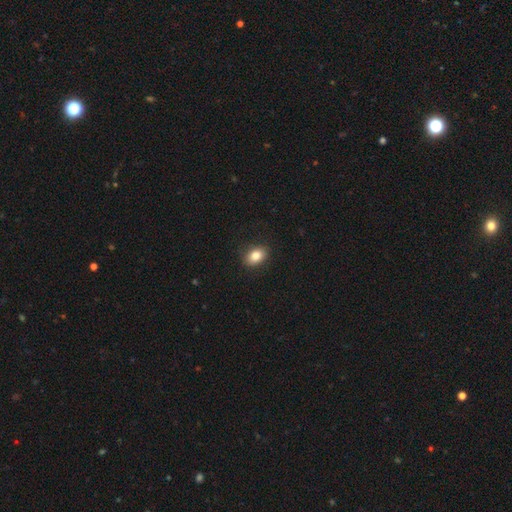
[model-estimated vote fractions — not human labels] Smooth or featured: smooth — 85% (star or artifact — 9%)
How rounded: in between — 76% (round — 23%)
Merging: none — 87% (minor disturbance — 10%)